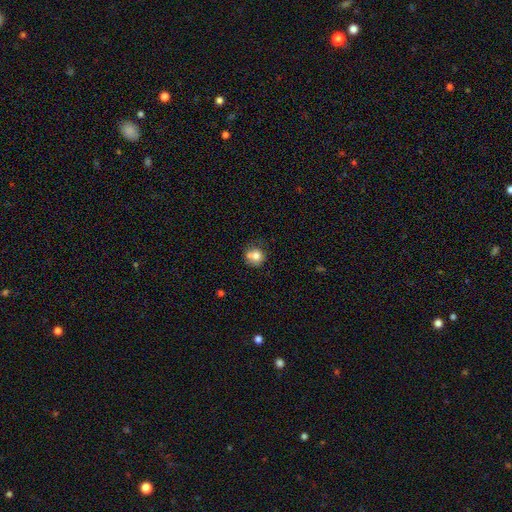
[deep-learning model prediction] Smooth or featured: smooth — 74% (featured or disk — 16%)
How rounded: round — 85% (in between — 14%)
Merging: none — 49% (merger — 33%)